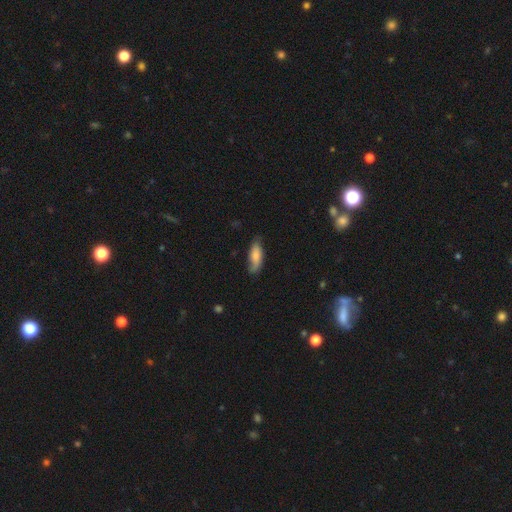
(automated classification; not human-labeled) Q: Smooth or featured?
A: smooth (65%); runner-up: featured or disk (28%)
Q: How rounded?
A: in between (71%); runner-up: cigar-shaped (27%)
Q: Merging?
A: none (66%); runner-up: minor disturbance (26%)